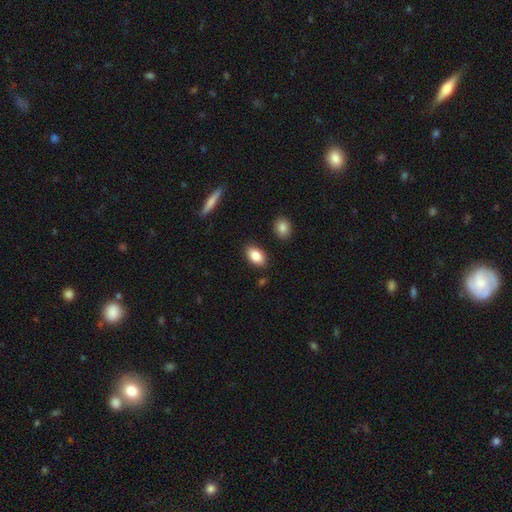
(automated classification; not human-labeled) Morphology: type=smooth (85%); roundness=in between (90%); merging=none (86%).